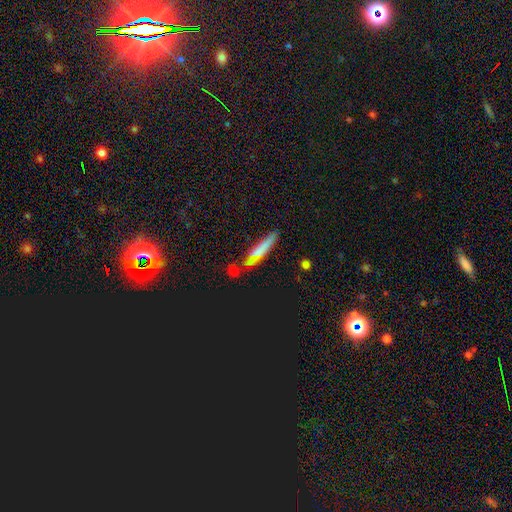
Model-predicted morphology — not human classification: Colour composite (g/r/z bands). It shows a star or artifact, not a galaxy (37%).